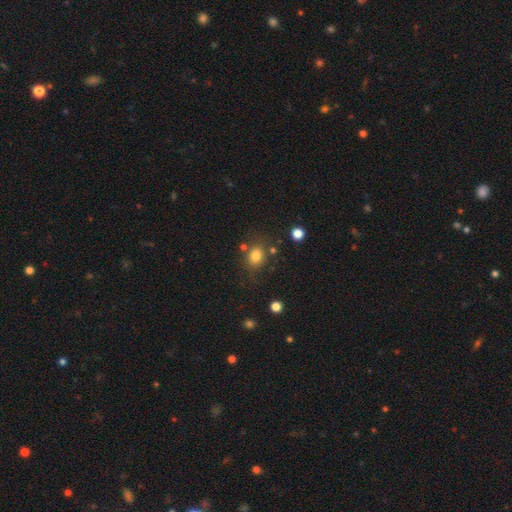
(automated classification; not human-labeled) Smooth or featured? Predicted: smooth (p=0.80). How rounded? Predicted: round (p=0.55). Merging? Predicted: none (p=0.74).